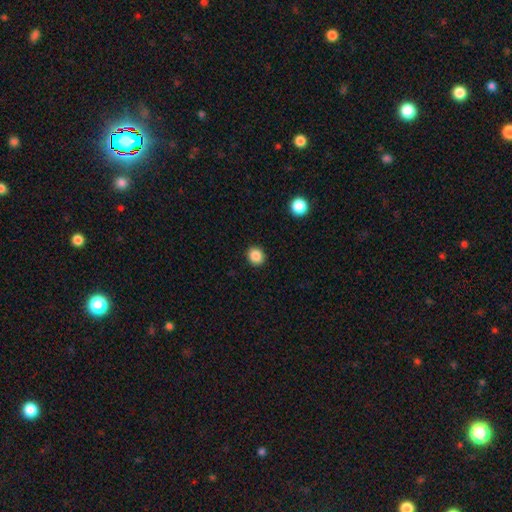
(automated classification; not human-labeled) Smooth or featured? smooth (87%)
How rounded? round (78%)
Merging? none (92%)